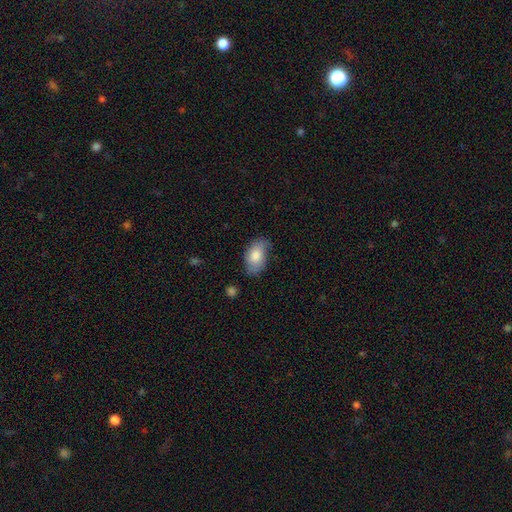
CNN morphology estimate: Overall: smooth (77%). How rounded: in between (92%). Merging: none (63%; minor disturbance 28%).